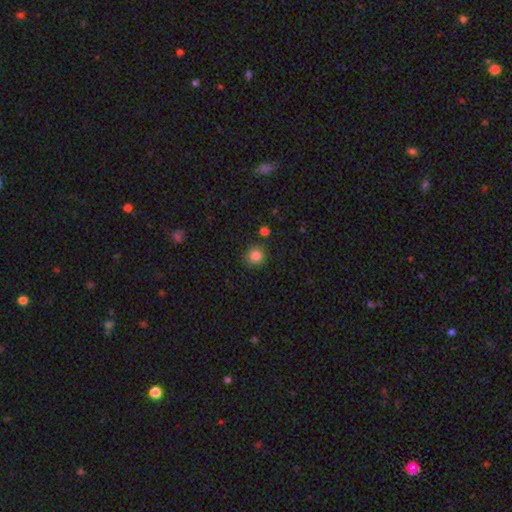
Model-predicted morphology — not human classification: Q: Smooth or featured?
A: smooth (85%); runner-up: star or artifact (11%)
Q: How rounded?
A: round (92%); runner-up: in between (7%)
Q: Merging?
A: none (86%); runner-up: minor disturbance (9%)